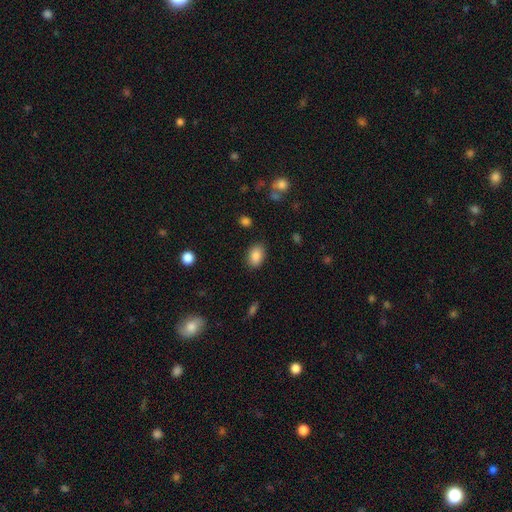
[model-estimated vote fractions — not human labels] This is clearly a smooth galaxy (86%). How rounded: clearly in between (83%). Merging: clearly none (85%).